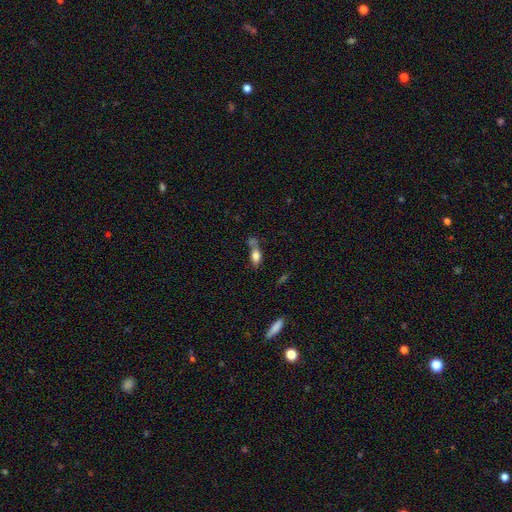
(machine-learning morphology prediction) Smooth or featured: smooth — 76% (featured or disk — 15%)
How rounded: in between — 77% (cigar-shaped — 15%)
Merging: none — 37% (merger — 29%)